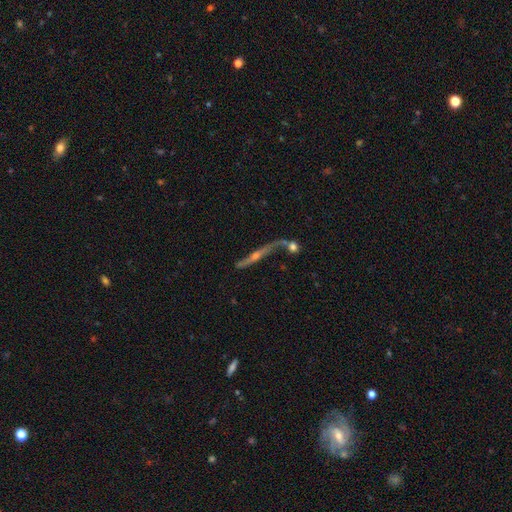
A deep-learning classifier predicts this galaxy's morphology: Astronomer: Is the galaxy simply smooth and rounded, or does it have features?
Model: featured or disk — 75%.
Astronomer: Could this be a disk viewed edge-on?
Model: yes — 83%.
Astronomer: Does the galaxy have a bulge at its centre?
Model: rounded — 82%.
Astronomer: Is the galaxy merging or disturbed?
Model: none — 49% (runner-up: merger, 24%).